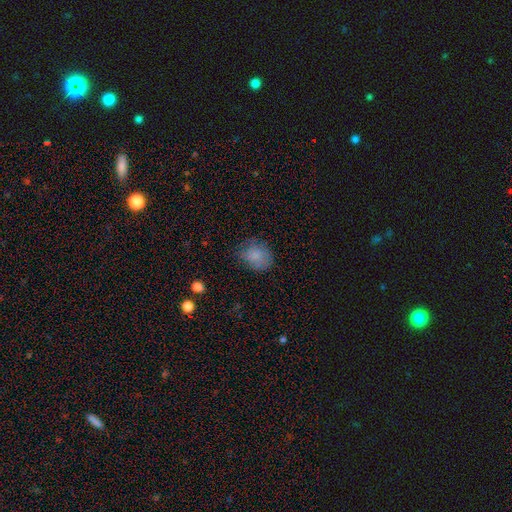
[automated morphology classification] A smooth galaxy with no disk features (84%) that is round (56%). Merging: none (69%).